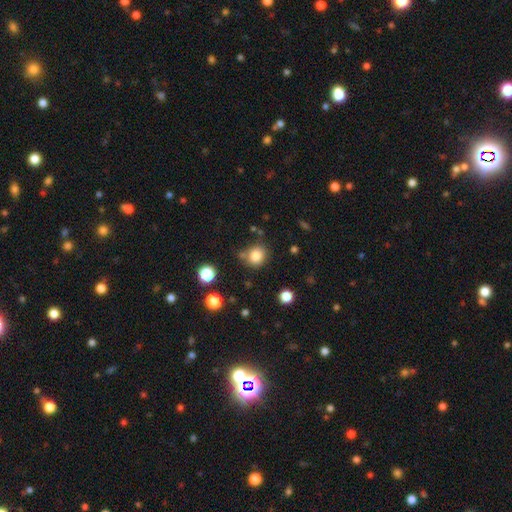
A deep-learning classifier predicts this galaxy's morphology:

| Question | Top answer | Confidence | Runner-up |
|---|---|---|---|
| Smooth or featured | smooth | 83% | star or artifact (11%) |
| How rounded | round | 82% | in between (17%) |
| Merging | none | 72% | minor disturbance (14%) |